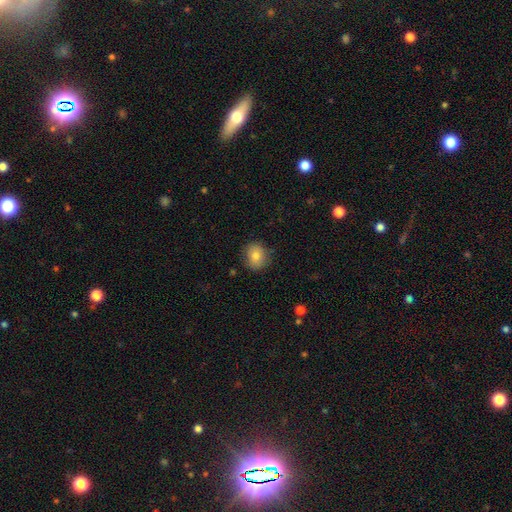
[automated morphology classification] smooth-or-featured: smooth: 78% | featured or disk: 12% | star or artifact: 9%
  how-rounded: round: 69% | in between: 31% | cigar-shaped: 1%
  merging: none: 82% | minor disturbance: 13% | major disturbance: 3% | merger: 1%